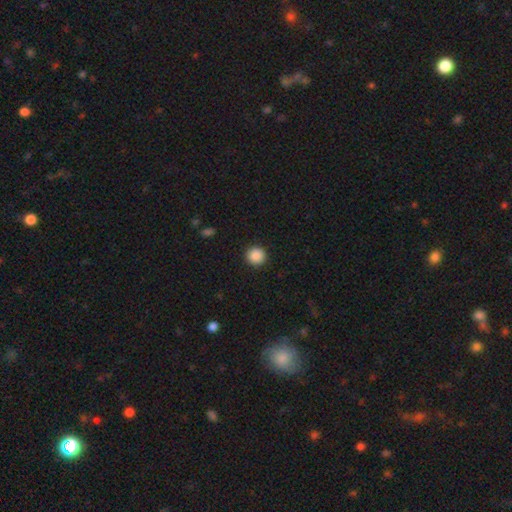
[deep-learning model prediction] The model was most divided on "smooth or featured": smooth: 88%, star or artifact: 9%, featured or disk: 3%. More confident: how rounded — round (94%); merging — none (92%).